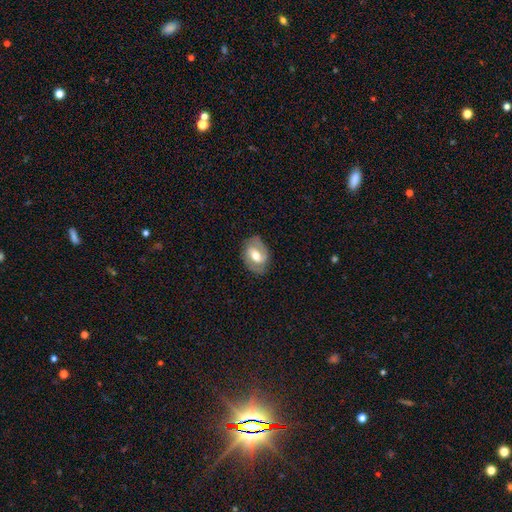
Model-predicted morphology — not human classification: Q: Smooth or featured?
A: featured or disk (66%); runner-up: smooth (28%)
Q: Edge-on disk?
A: no (95%); runner-up: yes (5%)
Q: Bar?
A: weak (46%); runner-up: strong (28%)
Q: Spiral arms?
A: yes (75%); runner-up: no (25%)
Q: Bulge size?
A: moderate (71%); runner-up: large (14%)
Q: Merging?
A: none (79%); runner-up: minor disturbance (15%)